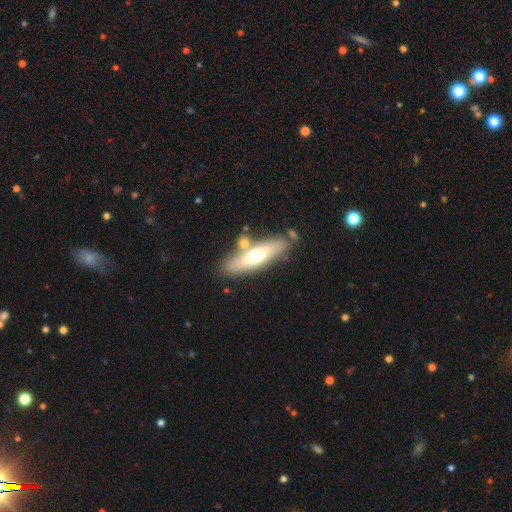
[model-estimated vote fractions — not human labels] This appears to be a smooth galaxy with no disk features (53%) that is cigar-shaped (64%). Merging: none (71%).